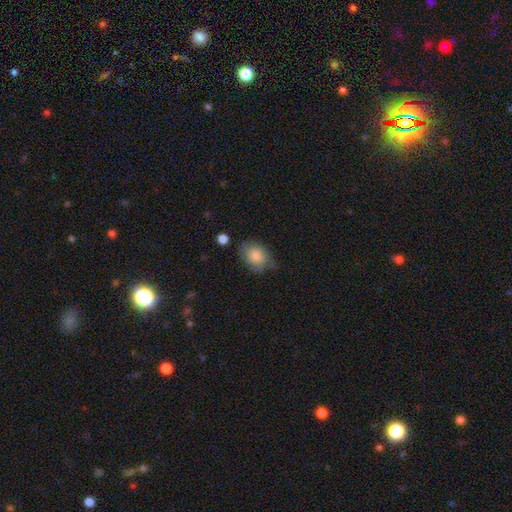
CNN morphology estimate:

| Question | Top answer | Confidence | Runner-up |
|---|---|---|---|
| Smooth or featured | smooth | 79% | featured or disk (14%) |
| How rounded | in between | 65% | round (34%) |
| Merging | none | 61% | minor disturbance (29%) |